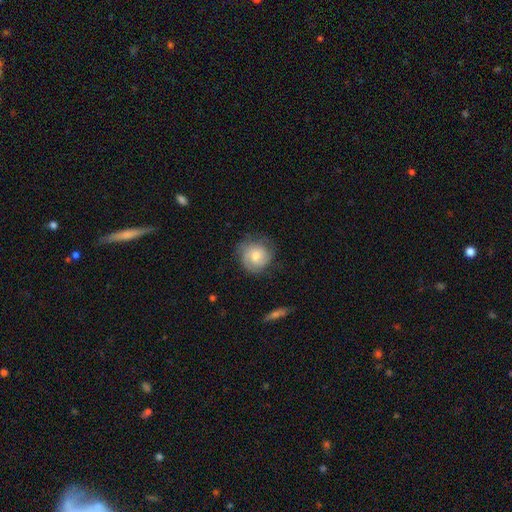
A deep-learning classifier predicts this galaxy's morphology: Smooth or featured?
  - smooth: 50% *
  - featured or disk: 43%
  - star or artifact: 7%
Merging?
  - none: 70% *
  - minor disturbance: 21%
  - major disturbance: 8%
  - merger: 1%